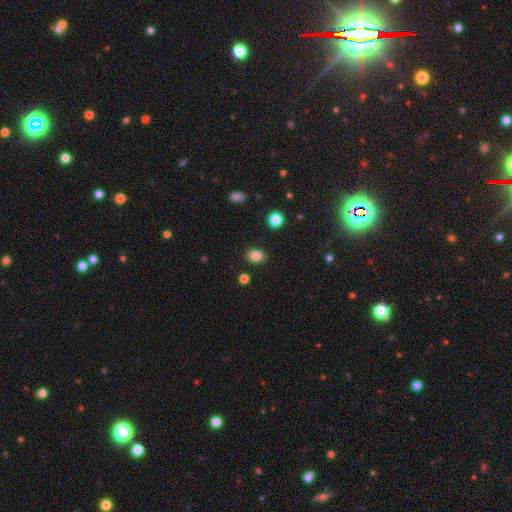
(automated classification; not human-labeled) A smooth galaxy with no disk features (84%) that is in between round and cigar-shaped (55%).

Vote fractions:
- Smooth or featured? smooth: 84% / star or artifact: 11% / featured or disk: 5%
- How rounded? in between: 55% / round: 45% / cigar-shaped: 1%
- Merging? none: 88% / minor disturbance: 8% / major disturbance: 2% / merger: 2%